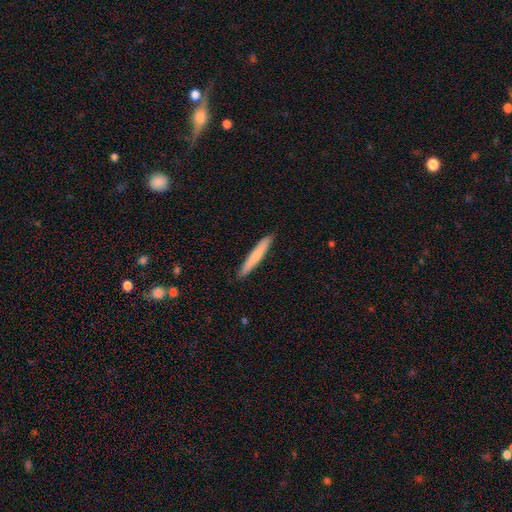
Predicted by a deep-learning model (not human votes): Smooth or featured?
  - smooth: 67% *
  - featured or disk: 28%
  - star or artifact: 5%
How rounded?
  - cigar-shaped: 95% *
  - in between: 4%
  - round: 1%
Merging?
  - none: 91% *
  - minor disturbance: 7%
  - major disturbance: 1%
  - merger: 1%